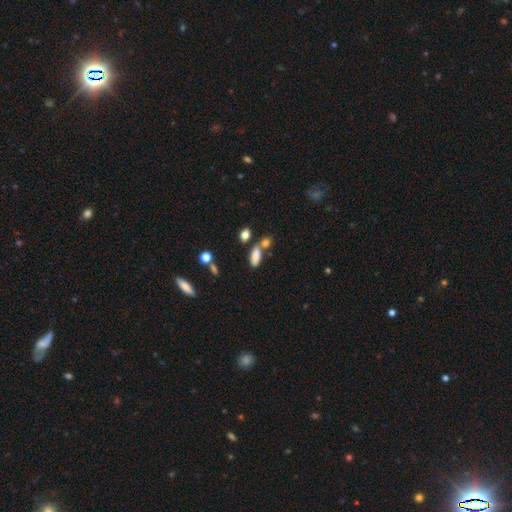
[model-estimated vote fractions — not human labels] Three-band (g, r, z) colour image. It shows a smooth galaxy with no disk features (80%) that is in between round and cigar-shaped (80%). Merging: none (49%).